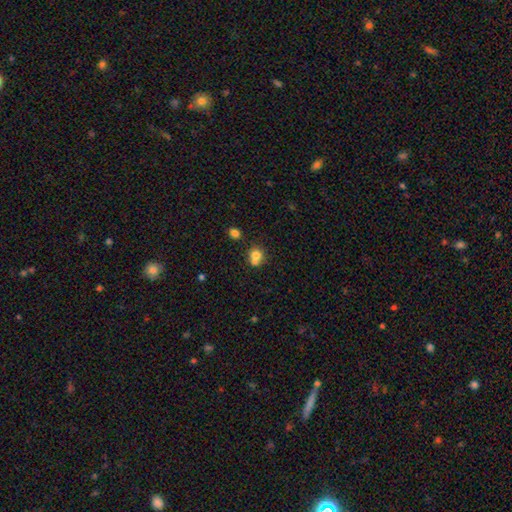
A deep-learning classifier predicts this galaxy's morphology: smooth_or_featured: smooth (p=0.73) [alt: featured or disk p=0.15]
how_rounded: round (p=0.74) [alt: in between p=0.25]
merging: merger (p=0.50) [alt: none p=0.36]